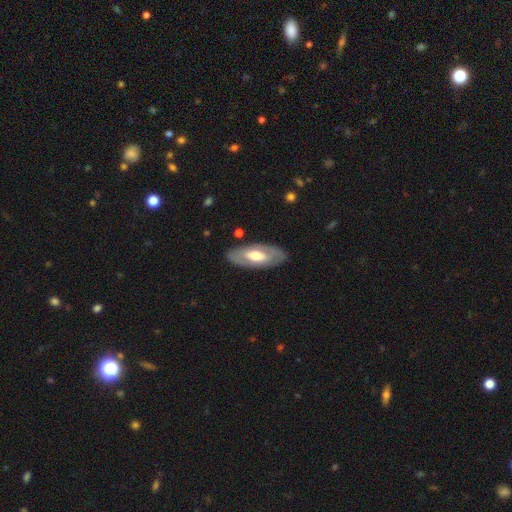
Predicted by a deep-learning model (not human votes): This is possibly a featured or disk galaxy (55%). It is clearly not viewed edge-on (81%). Merging: clearly none (84%).